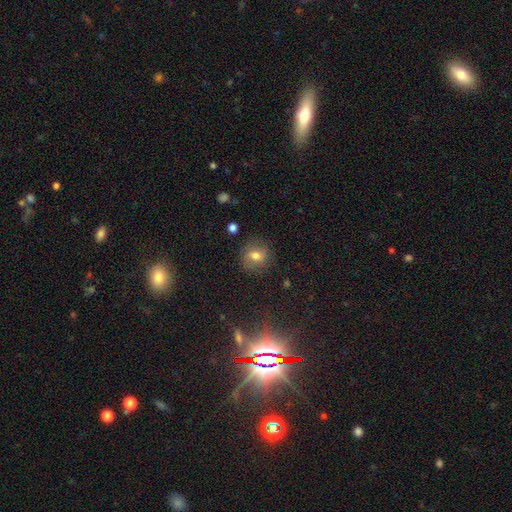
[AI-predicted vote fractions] Overall: smooth (62%; featured or disk 25%). How rounded: round (80%). Merging: none (82%).